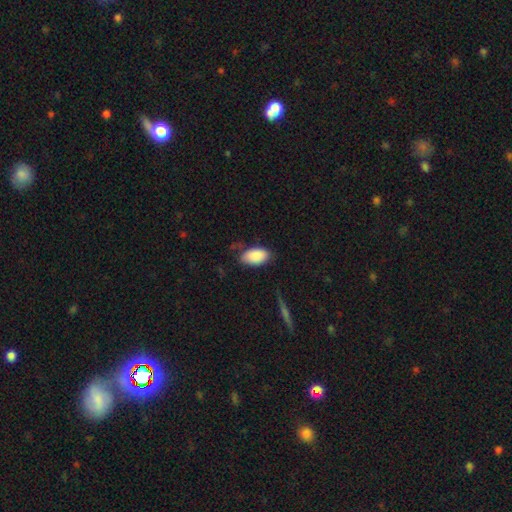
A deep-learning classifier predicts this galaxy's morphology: type=smooth (89%); roundness=in between (95%); merging=none (68%).